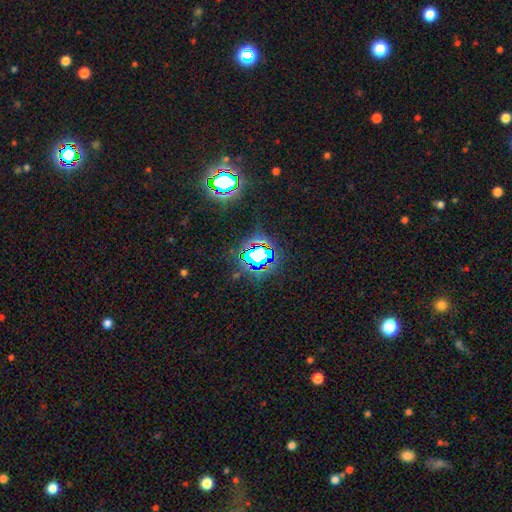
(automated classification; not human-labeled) This is likely a star or artifact rather than a galaxy (71%).